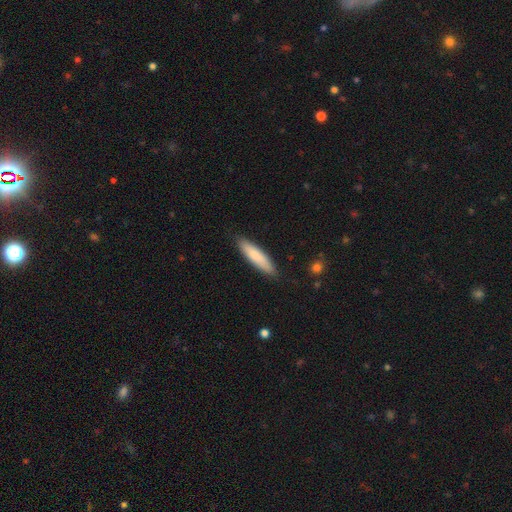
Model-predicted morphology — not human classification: Smooth or featured? smooth (77%)
How rounded? cigar-shaped (76%)
Merging? none (87%)